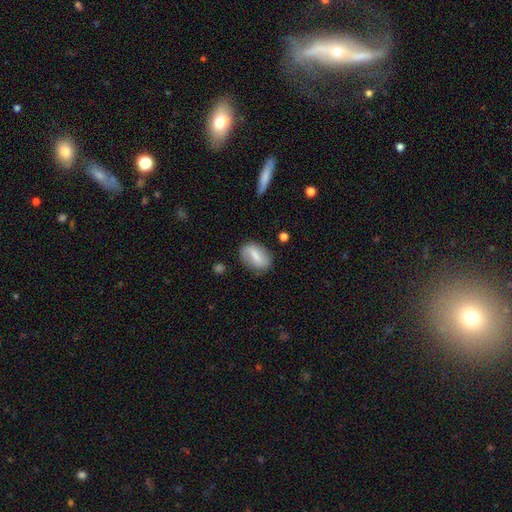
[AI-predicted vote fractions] This appears to be a smooth galaxy with no disk features (57%) that is in between round and cigar-shaped (82%). Merging: none (75%).